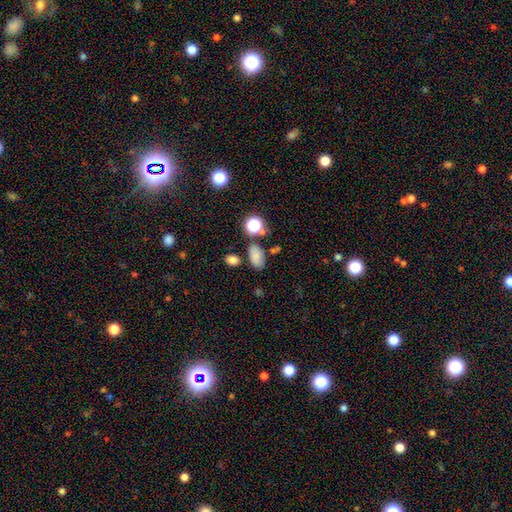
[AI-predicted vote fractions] Smooth or featured? smooth (78%)
How rounded? in between (89%)
Merging? none (73%)